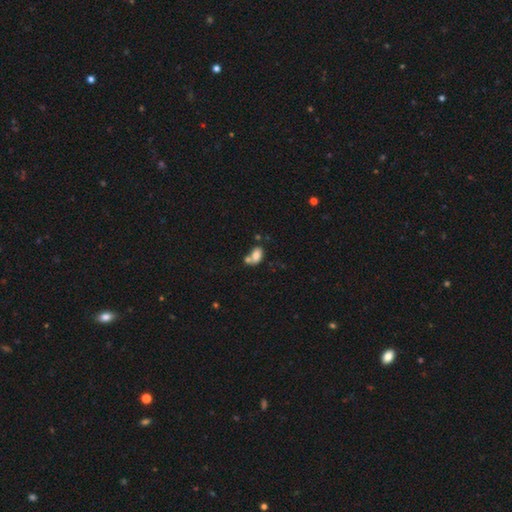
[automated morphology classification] This appears to be a smooth galaxy with no disk features (78%) that is in between round and cigar-shaped (84%). Merging: merger (48%).